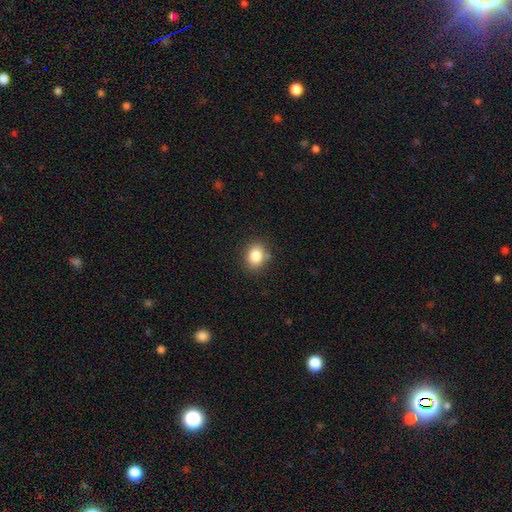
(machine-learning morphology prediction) smooth 84%, star or artifact 10%, featured or disk 6%. Down the decision tree: how rounded — round (60%); merging — none (83%).